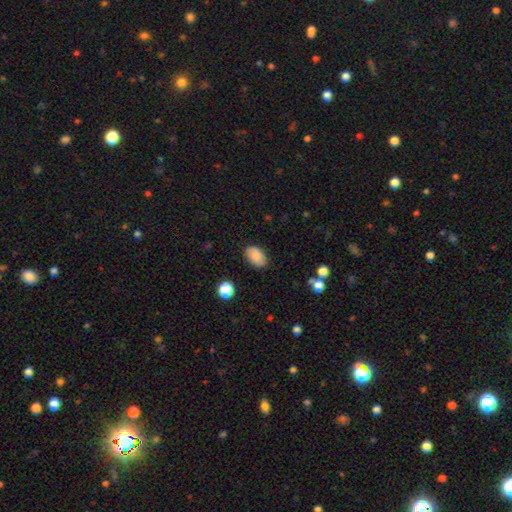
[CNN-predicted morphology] This is clearly a smooth galaxy (85%). How rounded: clearly in between (90%). Merging: clearly none (84%).